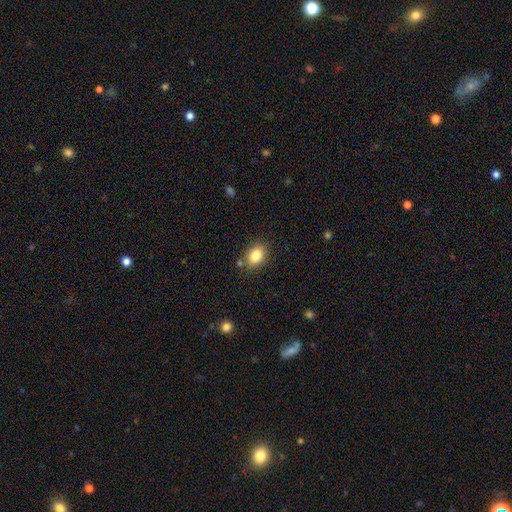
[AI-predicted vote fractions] A smooth galaxy with no disk features (84%) that is in between round and cigar-shaped (71%). Merging: none (80%).